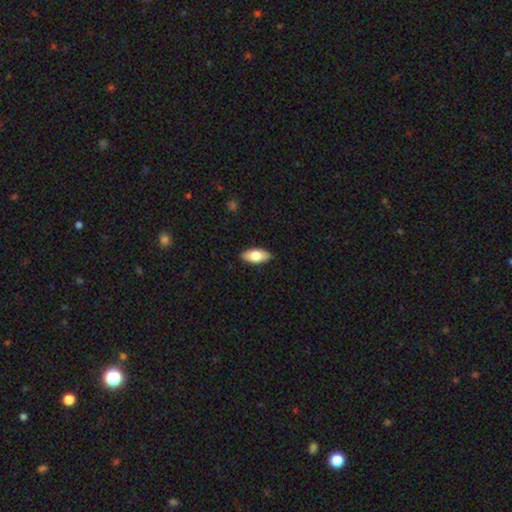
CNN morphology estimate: smooth-or-featured: smooth: 77% | featured or disk: 17% | star or artifact: 6%
  how-rounded: in between: 89% | cigar-shaped: 9% | round: 2%
  merging: none: 89% | minor disturbance: 9% | major disturbance: 2% | merger: 1%